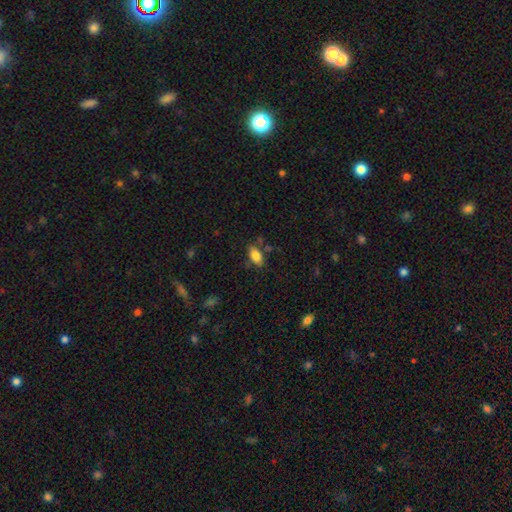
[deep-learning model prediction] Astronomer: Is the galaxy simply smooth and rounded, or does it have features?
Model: smooth — 82%.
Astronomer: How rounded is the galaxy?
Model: in between — 91%.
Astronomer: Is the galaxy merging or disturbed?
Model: none — 74%.